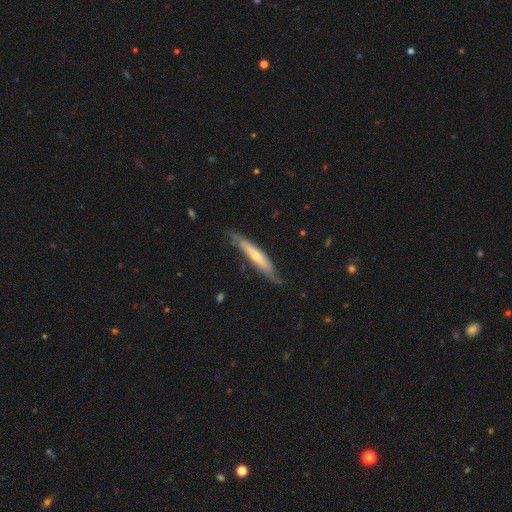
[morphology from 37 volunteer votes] This is likely a featured or disk galaxy (76%). It is likely viewed edge-on (64%). Edge-on bulge: possibly rounded (56%). Merging: likely none (60%).